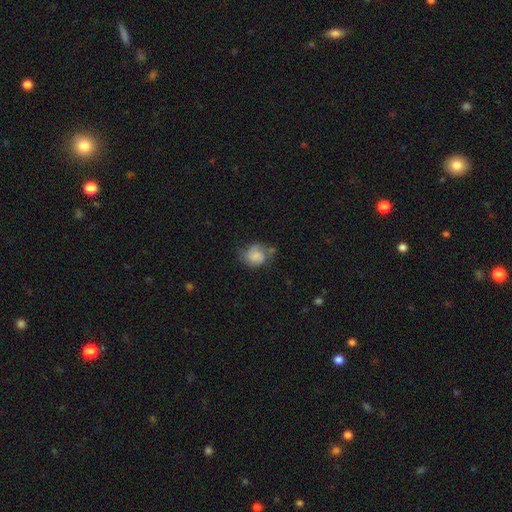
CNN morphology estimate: Smooth or featured: smooth — 63% (featured or disk — 28%)
How rounded: round — 62% (in between — 37%)
Merging: none — 48% (minor disturbance — 31%)